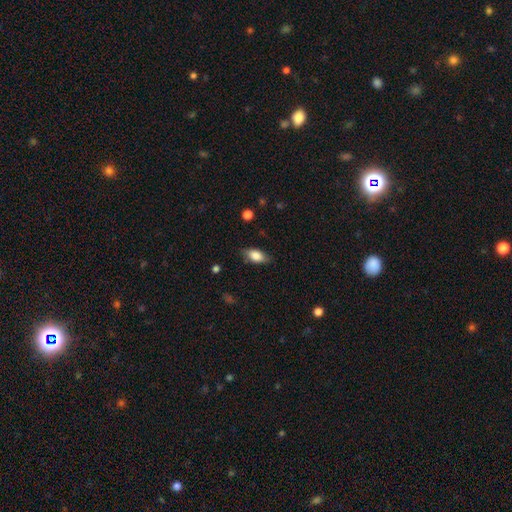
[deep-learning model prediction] Smooth or featured?
  - smooth: 81% *
  - featured or disk: 12%
  - star or artifact: 7%
How rounded?
  - in between: 87% *
  - cigar-shaped: 8%
  - round: 5%
Merging?
  - none: 79% *
  - minor disturbance: 16%
  - major disturbance: 4%
  - merger: 1%